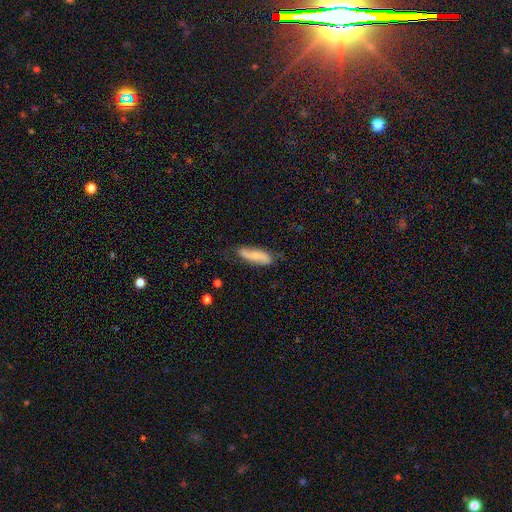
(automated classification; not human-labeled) Smooth or featured? Predicted: smooth (p=0.59). How rounded? Predicted: cigar-shaped (p=0.56). Merging? Predicted: none (p=0.68).